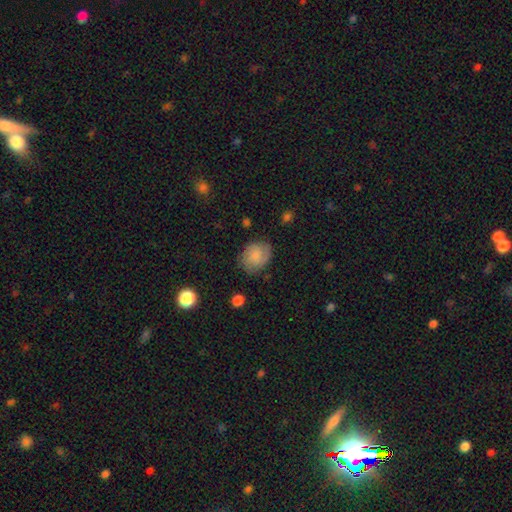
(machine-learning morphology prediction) A smooth galaxy with no disk features (70%) that is round (50%).

Vote fractions:
- Smooth or featured? smooth: 70% / featured or disk: 22% / star or artifact: 8%
- How rounded? round: 50% / in between: 49% / cigar-shaped: 1%
- Merging? none: 75% / minor disturbance: 18% / major disturbance: 5% / merger: 1%